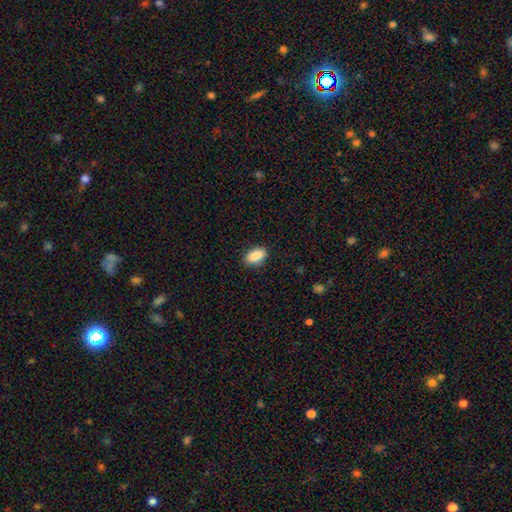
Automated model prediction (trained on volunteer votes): Overall: smooth (86%). How rounded: in between (89%). Merging: none (85%).